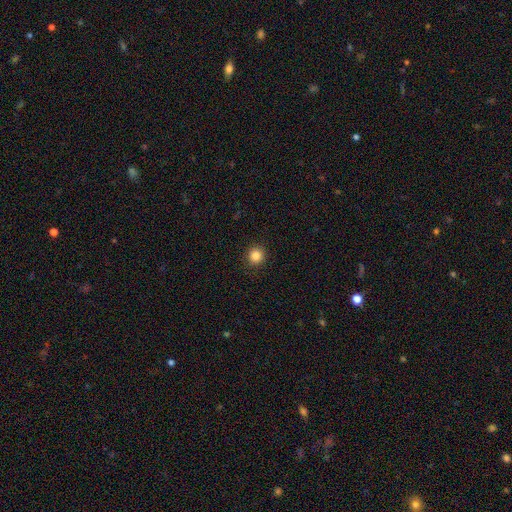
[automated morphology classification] Q: Smooth or featured?
A: smooth (85%); runner-up: star or artifact (11%)
Q: How rounded?
A: round (93%); runner-up: in between (6%)
Q: Merging?
A: none (91%); runner-up: minor disturbance (6%)